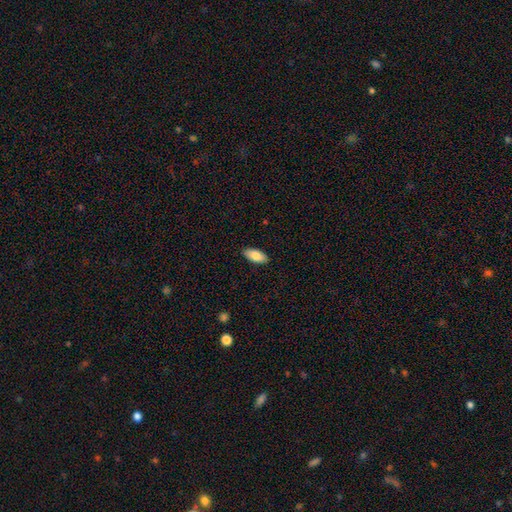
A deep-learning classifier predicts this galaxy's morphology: Overall: smooth (85%). How rounded: in between (91%). Merging: none (89%).